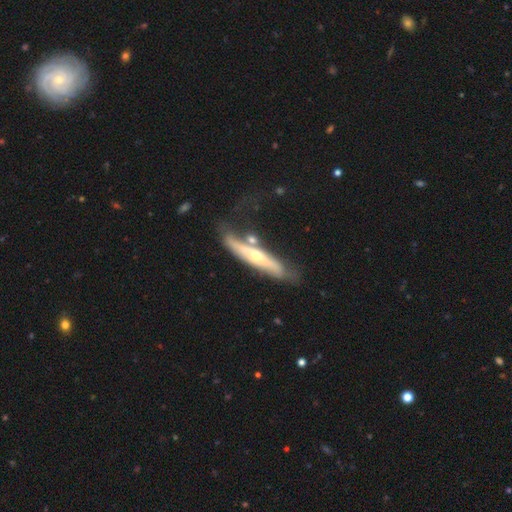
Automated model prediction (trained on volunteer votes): smooth-or-featured: featured or disk: 64% | smooth: 31% | star or artifact: 6%
  disk-edge-on: yes: 68% | no: 32%
  merging: none: 50% | minor disturbance: 23% | merger: 15% | major disturbance: 12%